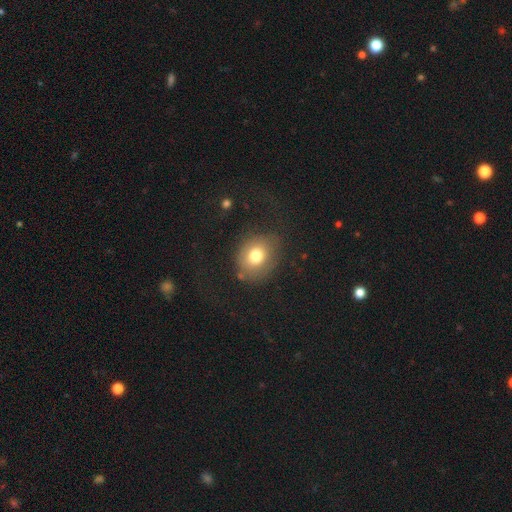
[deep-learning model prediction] A smooth galaxy with no disk features (75%) that is round (59%).

Vote fractions:
- Smooth or featured? smooth: 75% / featured or disk: 13% / star or artifact: 11%
- How rounded? round: 59% / in between: 40% / cigar-shaped: 1%
- Merging? none: 72% / minor disturbance: 18% / major disturbance: 8% / merger: 3%